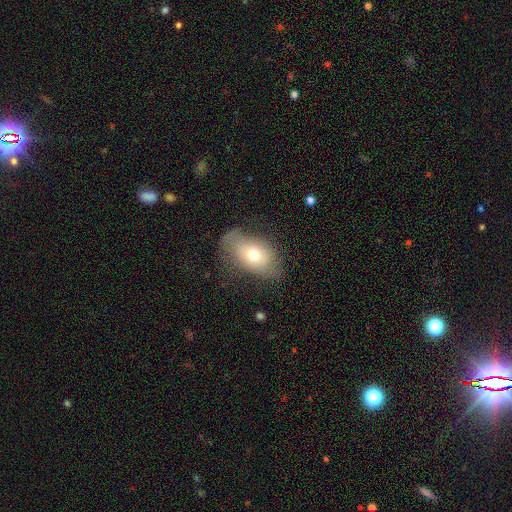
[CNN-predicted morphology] This is likely a smooth galaxy (67%). How rounded: clearly in between (85%). Merging: possibly none (48%).